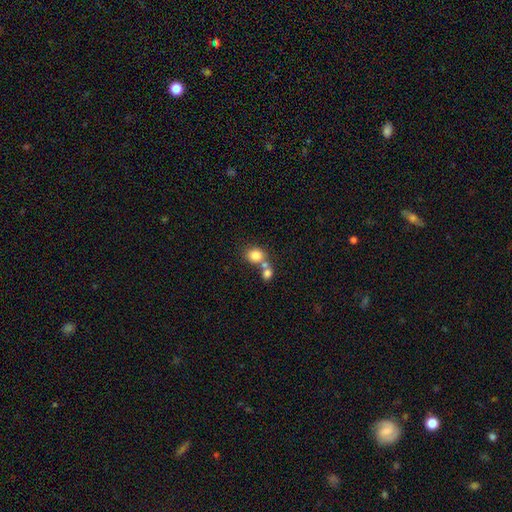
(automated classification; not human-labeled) Q: Smooth or featured?
A: smooth (81%); runner-up: star or artifact (10%)
Q: How rounded?
A: round (67%); runner-up: in between (32%)
Q: Merging?
A: none (46%); runner-up: merger (42%)